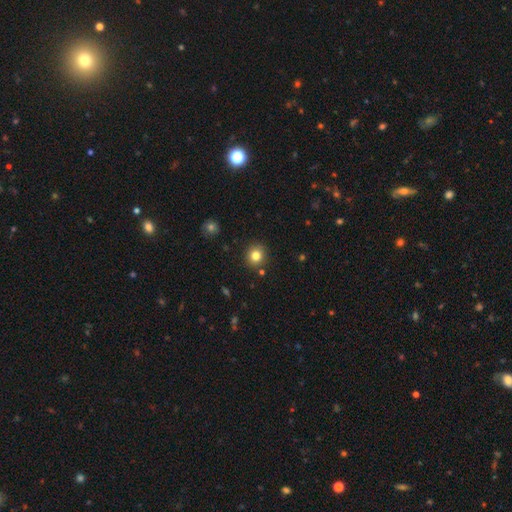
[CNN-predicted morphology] smooth_or_featured: smooth (p=0.81) [alt: star or artifact p=0.12]
how_rounded: round (p=0.89) [alt: in between p=0.10]
merging: none (p=0.88) [alt: minor disturbance p=0.07]